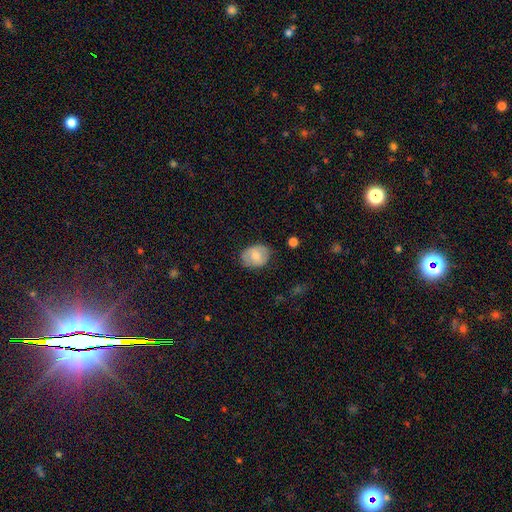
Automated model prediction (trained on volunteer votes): Smooth or featured: smooth — 70% (featured or disk — 23%)
How rounded: in between — 63% (round — 36%)
Merging: none — 78% (minor disturbance — 17%)